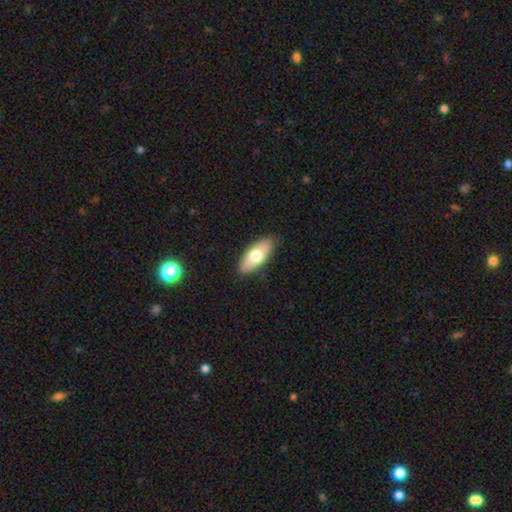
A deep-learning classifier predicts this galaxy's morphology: Smooth or featured: smooth — 69% (featured or disk — 25%)
How rounded: in between — 82% (cigar-shaped — 16%)
Merging: none — 86% (minor disturbance — 11%)